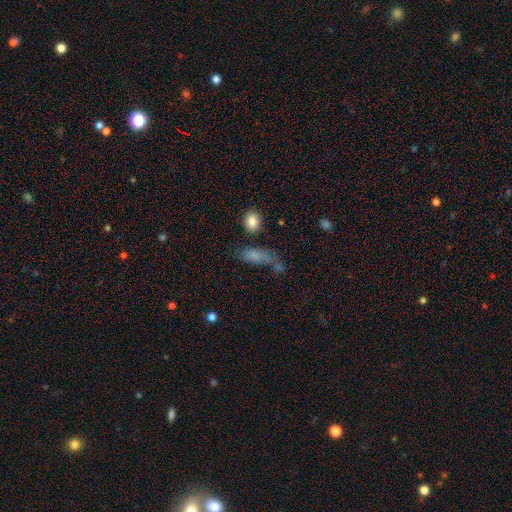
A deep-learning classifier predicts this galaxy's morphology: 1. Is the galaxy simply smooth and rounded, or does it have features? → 70% smooth, 17% featured or disk, 13% star or artifact.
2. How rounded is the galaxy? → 71% in between, 20% cigar-shaped, 9% round.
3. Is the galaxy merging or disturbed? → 42% none, 22% minor disturbance, 20% major disturbance, 15% merger.